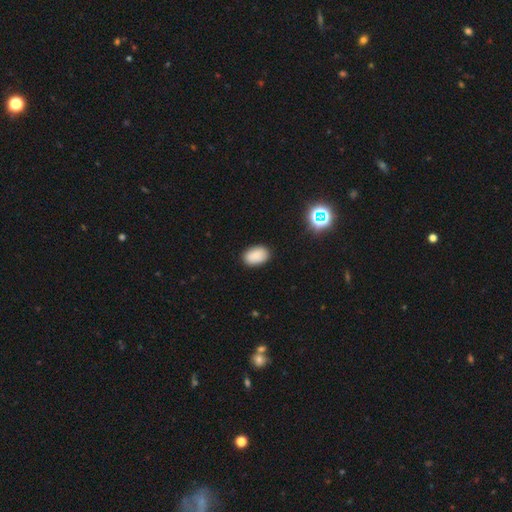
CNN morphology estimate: Smooth or featured? Predicted: smooth (p=0.87). How rounded? Predicted: in between (p=0.89). Merging? Predicted: none (p=0.88).